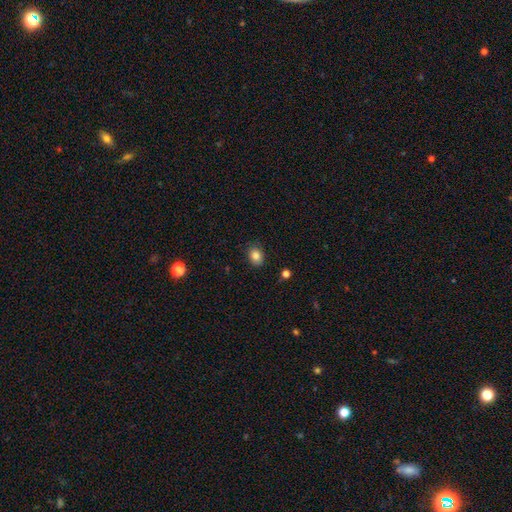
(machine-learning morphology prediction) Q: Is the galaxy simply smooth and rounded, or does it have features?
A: smooth — 83%.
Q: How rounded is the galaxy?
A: in between — 64%.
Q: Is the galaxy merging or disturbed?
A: none — 84%.